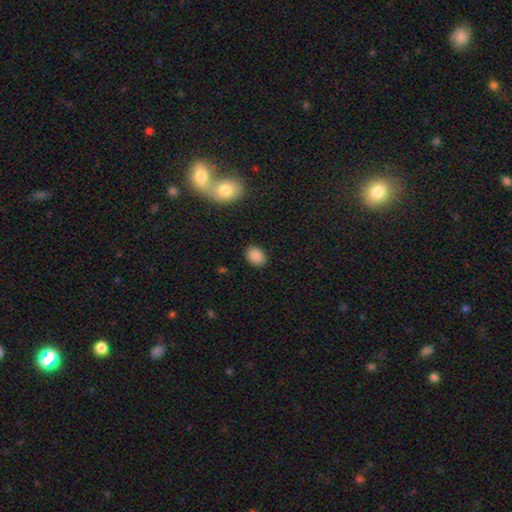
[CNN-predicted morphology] Smooth or featured?
  - smooth: 87% *
  - star or artifact: 9%
  - featured or disk: 4%
How rounded?
  - in between: 64% *
  - round: 35%
  - cigar-shaped: 1%
Merging?
  - none: 87% *
  - minor disturbance: 9%
  - major disturbance: 3%
  - merger: 1%